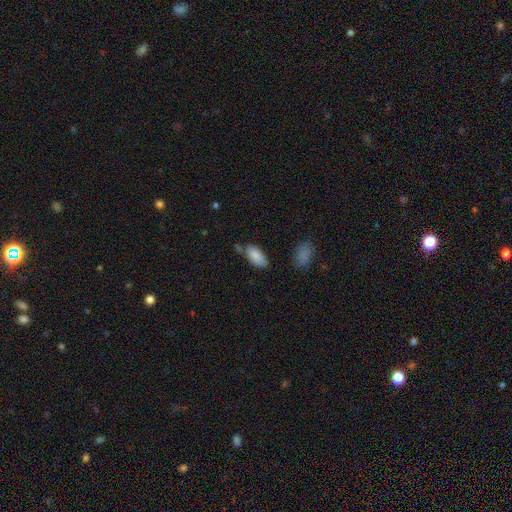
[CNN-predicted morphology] Smooth or featured? smooth (86%)
How rounded? in between (93%)
Merging? none (62%)